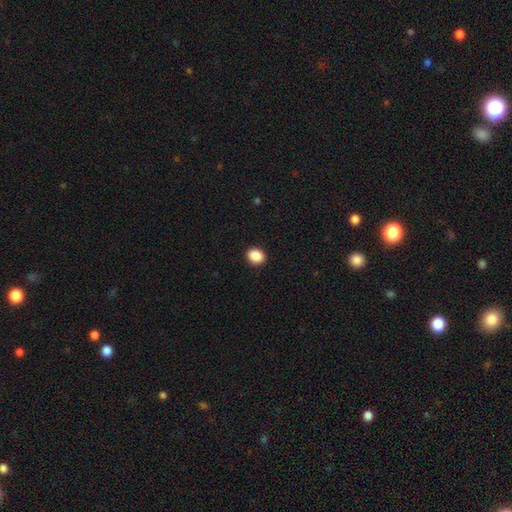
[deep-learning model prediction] smooth 89%, star or artifact 9%, featured or disk 3%. Down the decision tree: how rounded — round (50%); merging — none (91%).